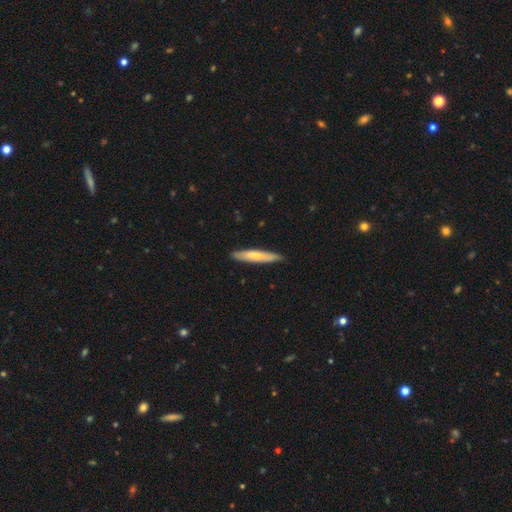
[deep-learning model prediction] Smooth or featured?
  - smooth: 69% *
  - featured or disk: 26%
  - star or artifact: 5%
How rounded?
  - cigar-shaped: 91% *
  - in between: 8%
  - round: 1%
Merging?
  - none: 87% *
  - minor disturbance: 10%
  - major disturbance: 2%
  - merger: 1%